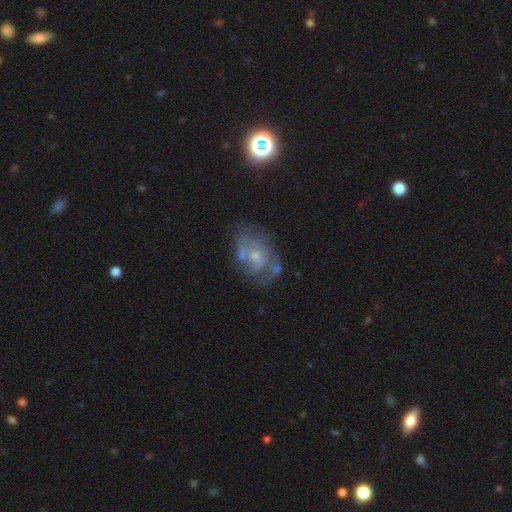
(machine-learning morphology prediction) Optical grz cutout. It shows a featured or disk galaxy (72%) with no bar (67%), 2 (48%) medium (43%) spiral arms (76%) and a small central bulge (50%). Merging: none (56%).